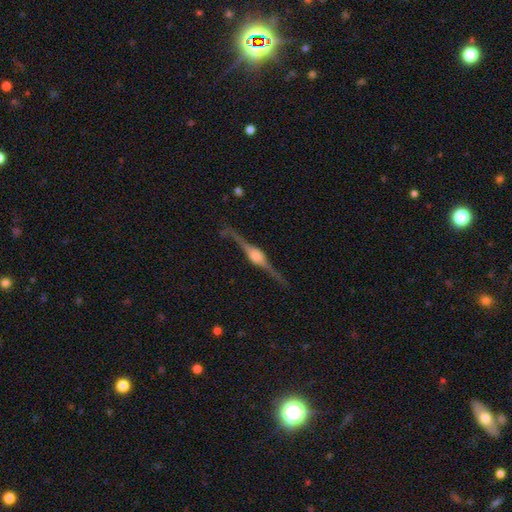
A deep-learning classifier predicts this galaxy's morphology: type=featured or disk (89%); edge-on=yes (98%); edge-on bulge=rounded (88%); merging=none (87%).